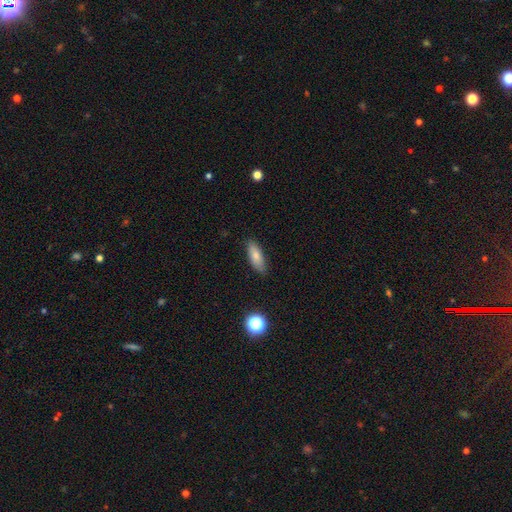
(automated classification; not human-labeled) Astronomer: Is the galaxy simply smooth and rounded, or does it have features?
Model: smooth — 79%.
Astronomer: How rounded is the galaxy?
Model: in between — 70%.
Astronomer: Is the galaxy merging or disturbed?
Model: none — 83%.